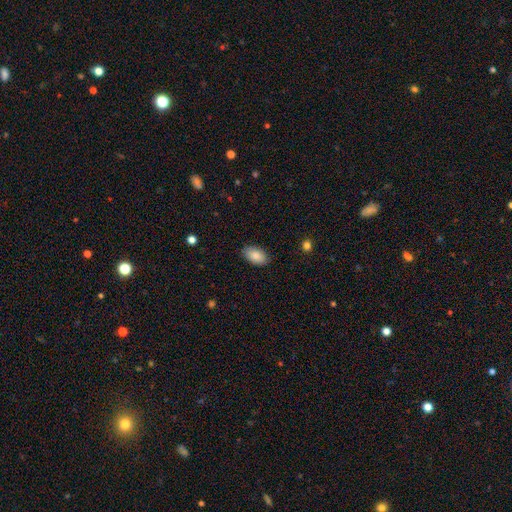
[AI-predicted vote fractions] Q: Smooth or featured?
A: smooth (87%); runner-up: featured or disk (7%)
Q: How rounded?
A: in between (94%); runner-up: round (4%)
Q: Merging?
A: none (86%); runner-up: minor disturbance (10%)